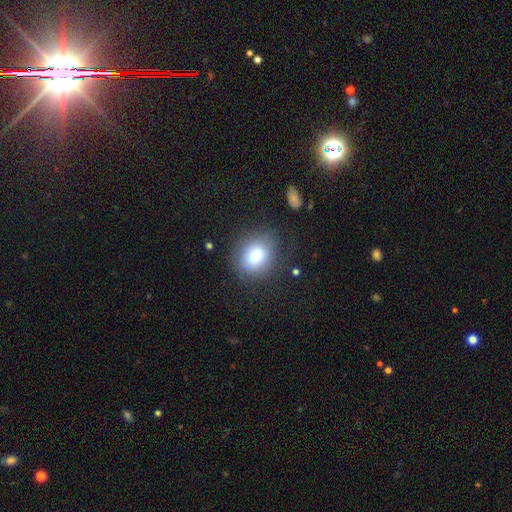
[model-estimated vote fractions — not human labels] The model was most divided on "how rounded": round: 56%, in between: 43%, cigar-shaped: 1%. More confident: smooth or featured — smooth (79%); merging — none (73%).